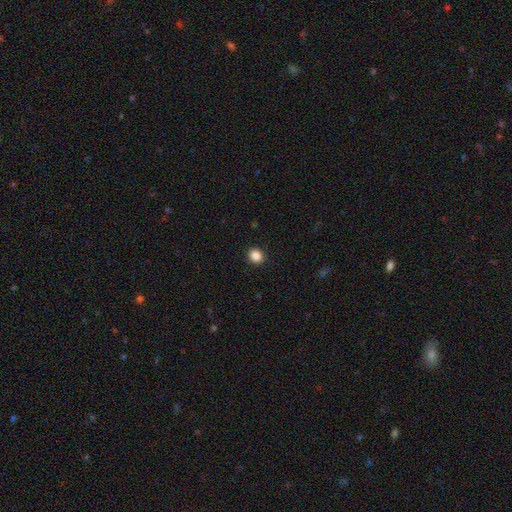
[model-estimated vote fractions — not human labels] A smooth galaxy with no disk features (87%) that is round (62%). Merging: none (91%).